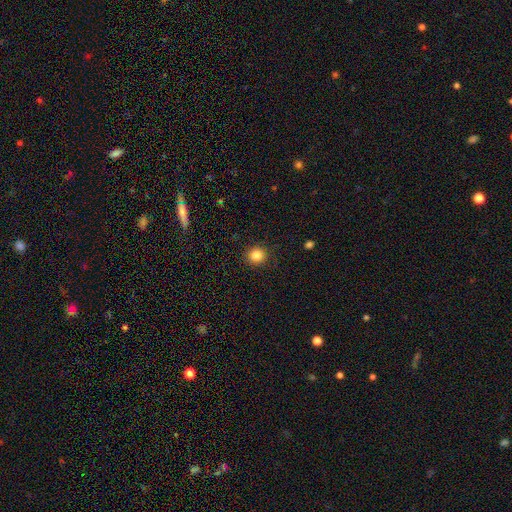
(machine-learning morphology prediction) Smooth or featured: smooth — 85% (star or artifact — 11%)
How rounded: round — 90% (in between — 10%)
Merging: none — 90% (minor disturbance — 7%)